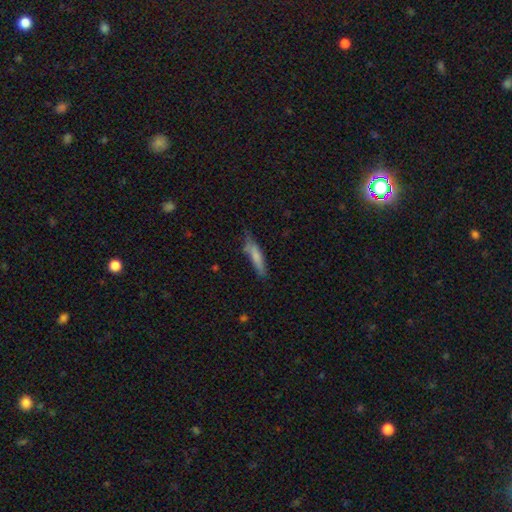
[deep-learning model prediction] Smooth or featured: smooth — 72% (featured or disk — 21%)
How rounded: cigar-shaped — 81% (in between — 17%)
Merging: none — 63% (minor disturbance — 27%)